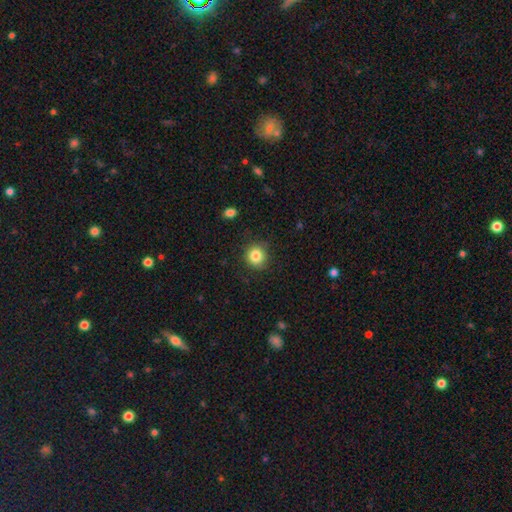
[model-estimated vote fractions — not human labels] This is clearly a smooth galaxy (84%). How rounded: clearly round (89%). Merging: clearly none (85%).